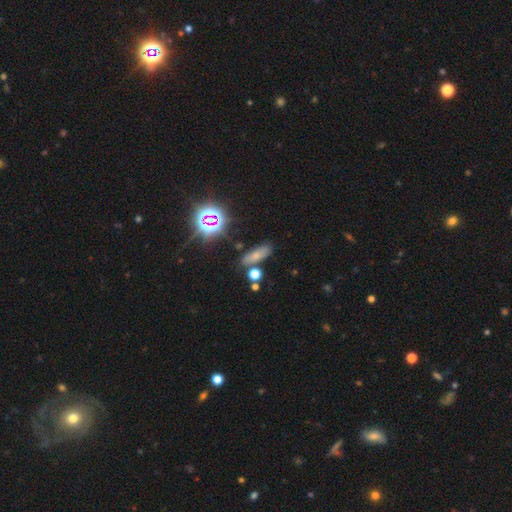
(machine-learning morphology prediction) Smooth or featured? smooth (60%)
How rounded? in between (56%)
Merging? none (73%)